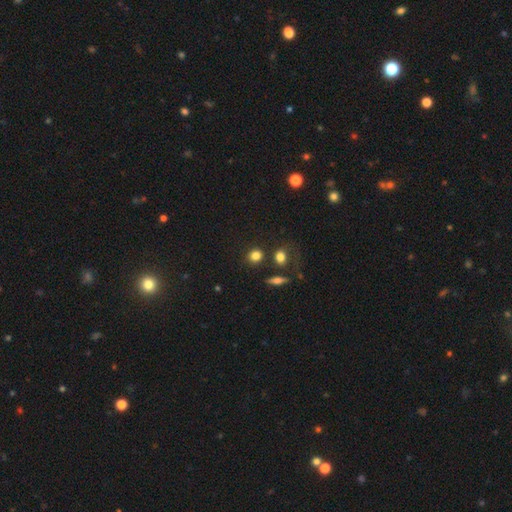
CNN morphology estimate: Overall: smooth (82%). How rounded: round (80%). Merging: none (79%).